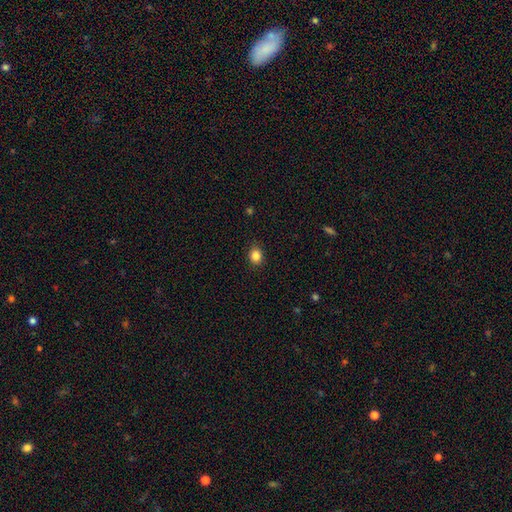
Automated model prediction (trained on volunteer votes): A smooth galaxy with no disk features (85%) that is round (68%). Merging: none (87%).